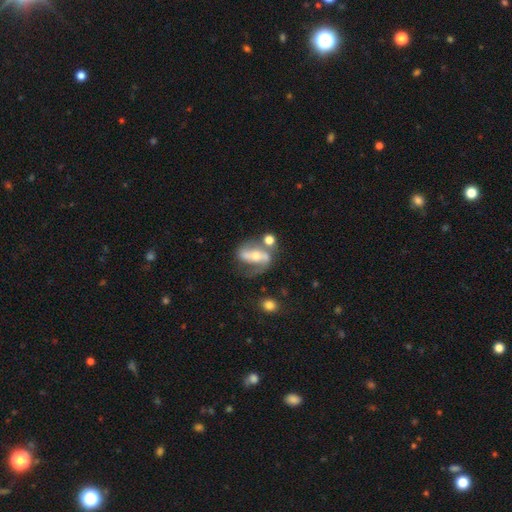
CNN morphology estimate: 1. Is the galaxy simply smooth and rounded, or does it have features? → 77% featured or disk, 16% smooth, 7% star or artifact.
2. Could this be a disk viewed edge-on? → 92% no, 8% yes.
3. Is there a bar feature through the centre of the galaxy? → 52% strong, 25% no, 23% weak.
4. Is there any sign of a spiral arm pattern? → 83% yes, 17% no.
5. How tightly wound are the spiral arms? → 43% loose, 39% medium, 18% tight.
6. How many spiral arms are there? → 83% 2, 7% 1, 6% can't tell, 1% 3, 1% 4, 1% more than 4.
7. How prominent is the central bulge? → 58% moderate, 35% small, 4% large, 2% none, 1% dominant.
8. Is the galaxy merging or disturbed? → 50% none, 19% merger, 18% minor disturbance, 13% major disturbance.